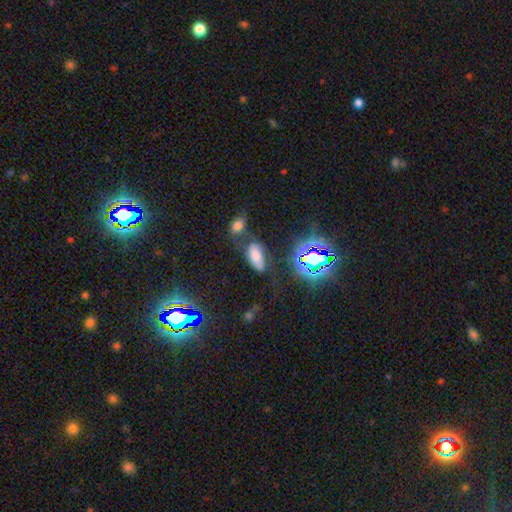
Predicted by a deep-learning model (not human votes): Smooth or featured?
  - smooth: 63% *
  - star or artifact: 24%
  - featured or disk: 13%
How rounded?
  - in between: 90% *
  - cigar-shaped: 5%
  - round: 4%
Merging?
  - none: 54% *
  - minor disturbance: 21%
  - merger: 13%
  - major disturbance: 11%